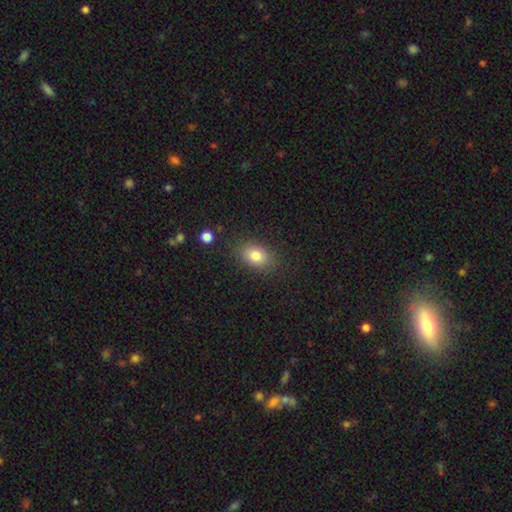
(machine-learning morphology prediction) A smooth galaxy with no disk features (81%) that is in between round and cigar-shaped (76%). Merging: none (83%).